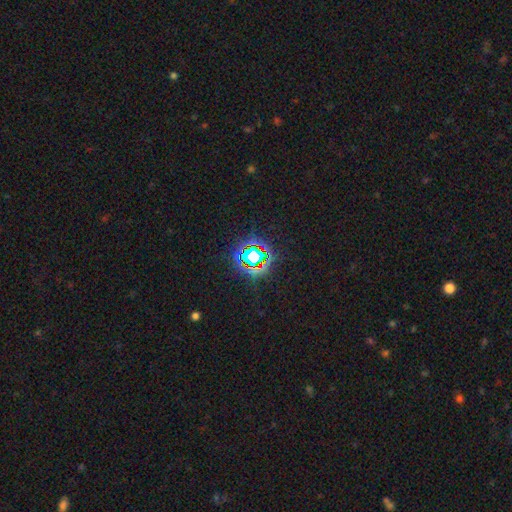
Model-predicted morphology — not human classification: Smooth or featured: star or artifact — 74% (smooth — 14%)